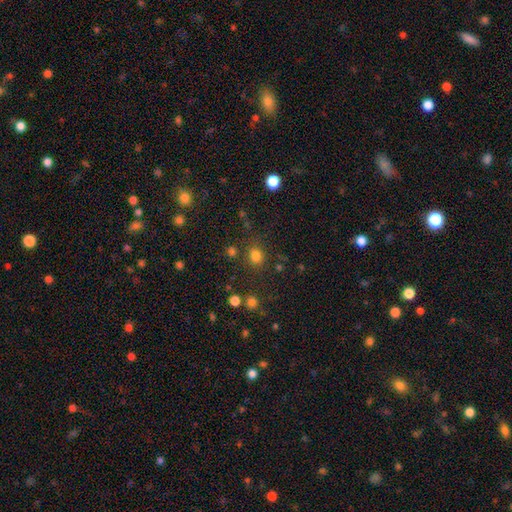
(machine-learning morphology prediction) Overall: smooth (80%). How rounded: round (78%). Merging: none (81%).